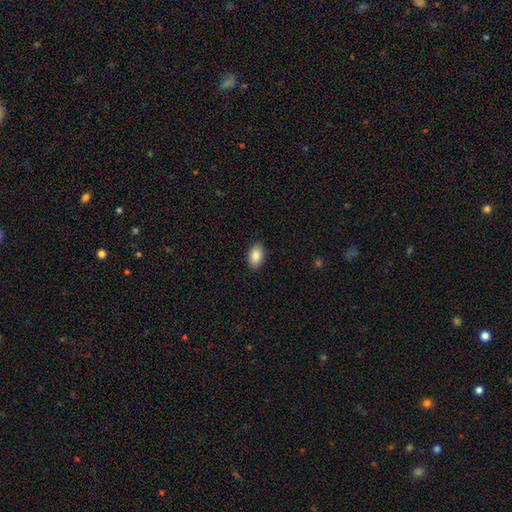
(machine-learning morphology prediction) Overall: smooth (89%). How rounded: in between (92%). Merging: none (89%).